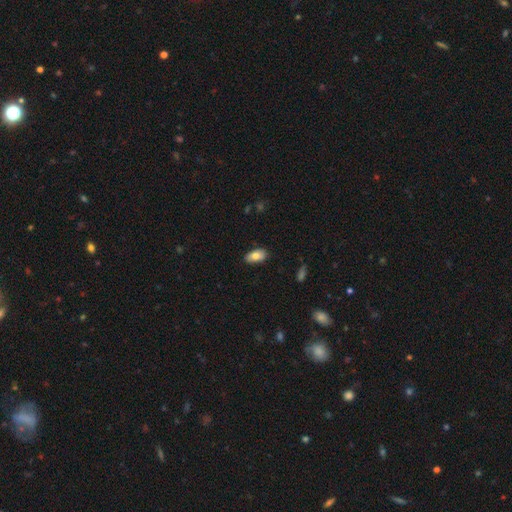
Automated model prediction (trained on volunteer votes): smooth 76%, featured or disk 17%, star or artifact 7%. Down the decision tree: how rounded — in between (93%); merging — none (84%).